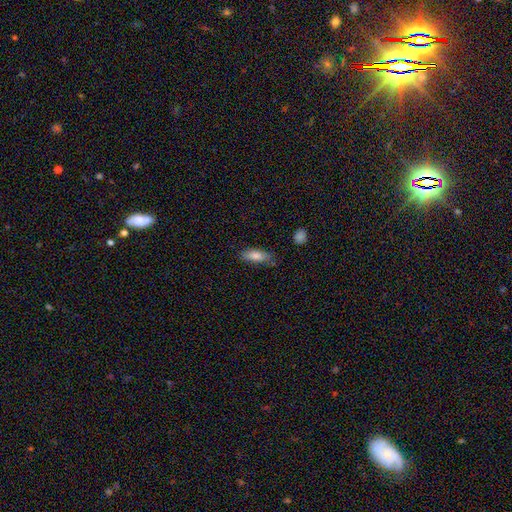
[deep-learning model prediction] Smooth or featured? smooth (81%)
How rounded? in between (70%)
Merging? none (71%)